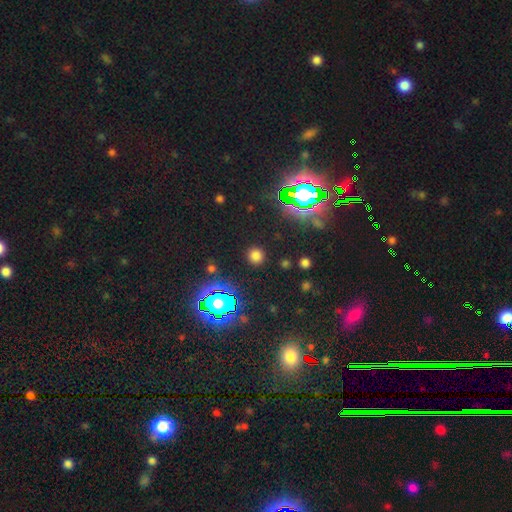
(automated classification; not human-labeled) A smooth galaxy with no disk features (69%) that is round (92%).

Vote fractions:
- Smooth or featured? smooth: 69% / star or artifact: 25% / featured or disk: 5%
- How rounded? round: 92% / in between: 7% / cigar-shaped: 1%
- Merging? none: 90% / minor disturbance: 6% / major disturbance: 3% / merger: 2%